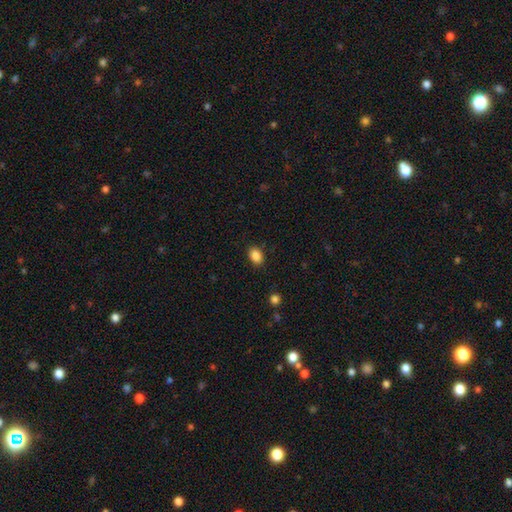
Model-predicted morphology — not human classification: smooth-or-featured: smooth: 87% | star or artifact: 9% | featured or disk: 4%
  how-rounded: in between: 80% | round: 19% | cigar-shaped: 1%
  merging: none: 87% | minor disturbance: 10% | major disturbance: 2% | merger: 1%